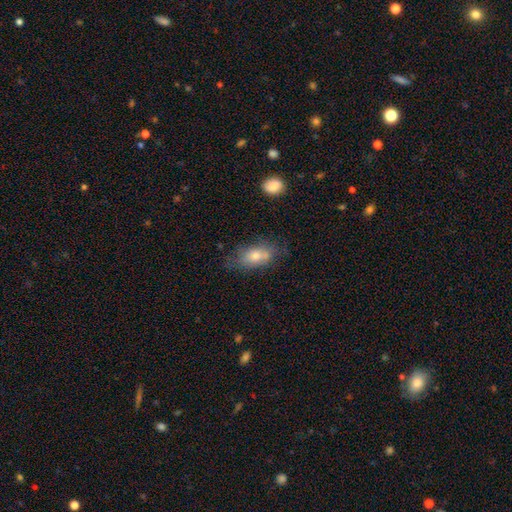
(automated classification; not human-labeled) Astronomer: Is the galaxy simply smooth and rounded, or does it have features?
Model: smooth — 71%.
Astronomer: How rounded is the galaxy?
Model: in between — 85%.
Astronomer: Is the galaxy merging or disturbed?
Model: none — 65%.